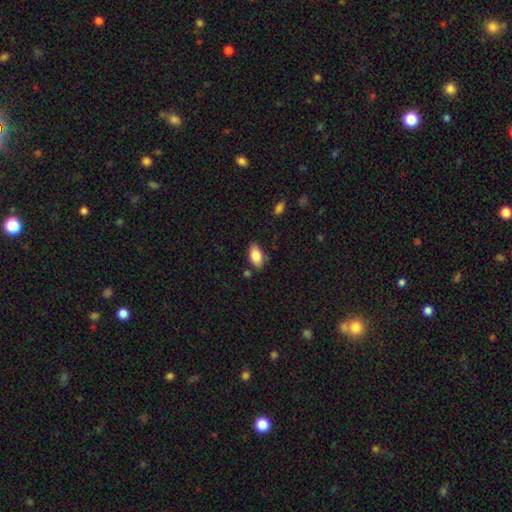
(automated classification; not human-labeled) Smooth or featured? Predicted: smooth (p=0.84). How rounded? Predicted: in between (p=0.92). Merging? Predicted: none (p=0.79).